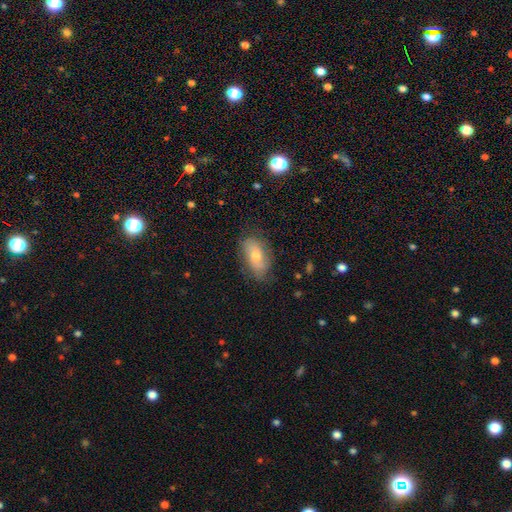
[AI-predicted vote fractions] Smooth or featured: smooth — 61% (featured or disk — 31%)
How rounded: in between — 90% (round — 6%)
Merging: none — 72% (minor disturbance — 21%)